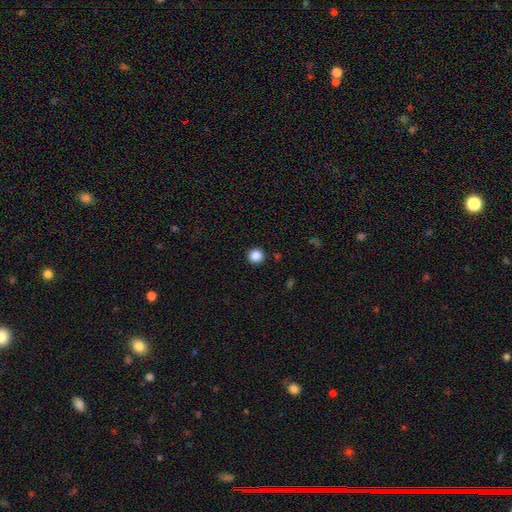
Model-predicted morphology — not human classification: The model was most divided on "smooth or featured": smooth: 87%, star or artifact: 10%, featured or disk: 3%. More confident: how rounded — round (95%); merging — none (92%).